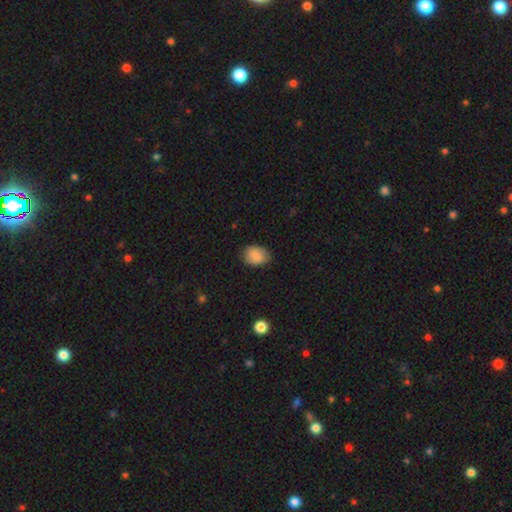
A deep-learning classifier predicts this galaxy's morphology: This appears to be a smooth galaxy with no disk features (87%) that is in between round and cigar-shaped (68%). Merging: none (76%).